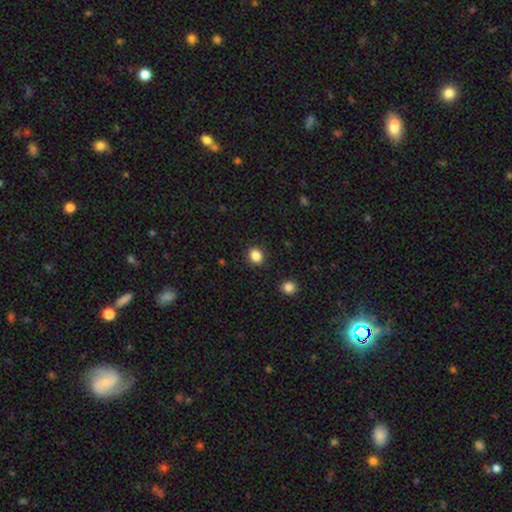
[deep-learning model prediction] This is clearly a smooth galaxy (86%). How rounded: possibly round (50%). Merging: clearly none (88%).